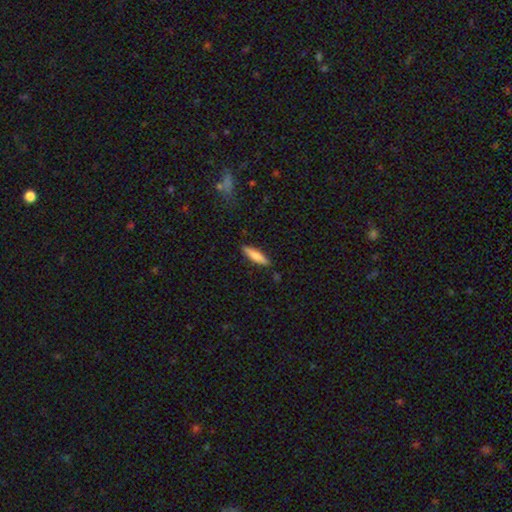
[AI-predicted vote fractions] Smooth or featured? Predicted: smooth (p=0.70). How rounded? Predicted: cigar-shaped (p=0.78). Merging? Predicted: none (p=0.87).